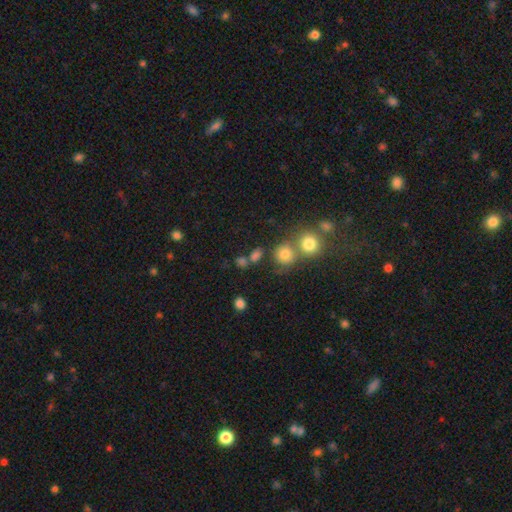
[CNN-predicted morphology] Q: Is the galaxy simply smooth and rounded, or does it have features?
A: smooth — 71%.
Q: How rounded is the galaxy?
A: round — 72%.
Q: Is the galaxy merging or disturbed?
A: none — 56%.